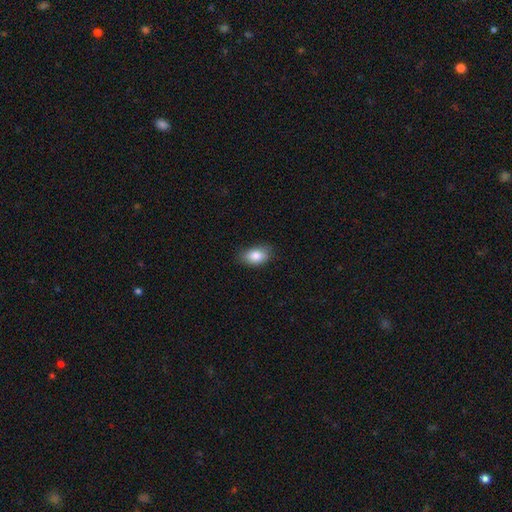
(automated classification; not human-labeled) Smooth or featured?
  - smooth: 85% *
  - star or artifact: 8%
  - featured or disk: 7%
How rounded?
  - in between: 89% *
  - round: 10%
  - cigar-shaped: 2%
Merging?
  - none: 80% *
  - minor disturbance: 16%
  - major disturbance: 3%
  - merger: 1%